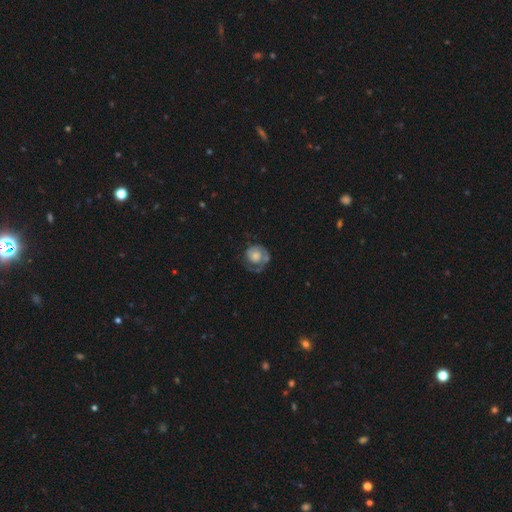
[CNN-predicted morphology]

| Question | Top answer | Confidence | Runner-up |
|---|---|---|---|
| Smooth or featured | featured or disk | 61% | smooth (33%) |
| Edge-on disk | no | 98% | yes (2%) |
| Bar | no | 80% | weak (17%) |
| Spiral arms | yes | 79% | no (21%) |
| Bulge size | moderate | 41% | small (24%) |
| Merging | none | 50% | major disturbance (26%) |